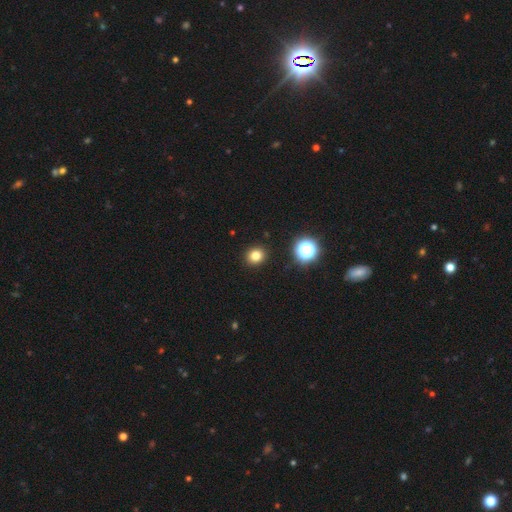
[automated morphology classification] A smooth galaxy with no disk features (80%) that is round (78%).

Vote fractions:
- Smooth or featured? smooth: 80% / star or artifact: 15% / featured or disk: 5%
- How rounded? round: 78% / in between: 21% / cigar-shaped: 1%
- Merging? none: 92% / minor disturbance: 5% / major disturbance: 2% / merger: 1%